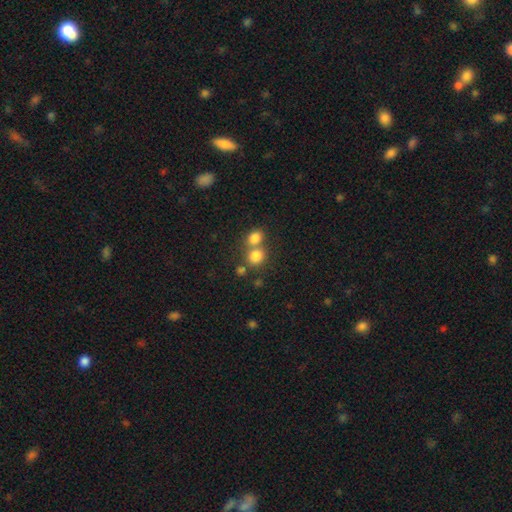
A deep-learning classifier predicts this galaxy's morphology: This is likely a smooth galaxy (80%). How rounded: likely round (73%). Merging: possibly none (46%).